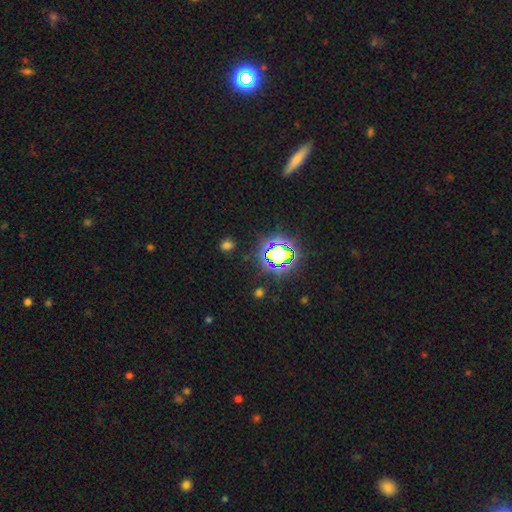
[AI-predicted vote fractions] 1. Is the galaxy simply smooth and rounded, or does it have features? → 74% star or artifact, 17% smooth, 10% featured or disk.